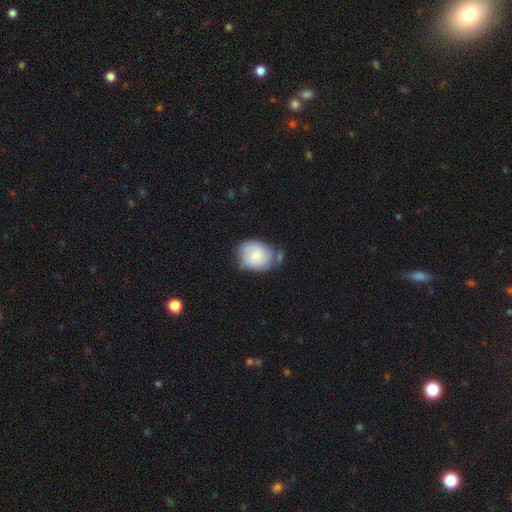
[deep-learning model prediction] Morphology: type=smooth (64%); roundness=round (51%); merging=none (49%).